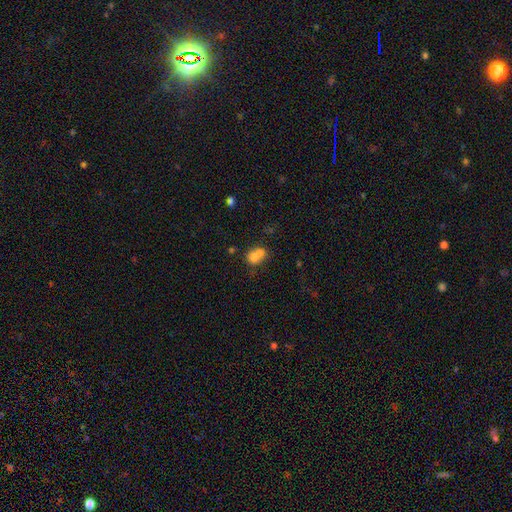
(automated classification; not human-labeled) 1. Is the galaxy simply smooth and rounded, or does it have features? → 71% smooth, 18% featured or disk, 11% star or artifact.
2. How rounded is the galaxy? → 67% round, 32% in between, 1% cigar-shaped.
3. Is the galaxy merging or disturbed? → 65% merger, 25% none, 6% minor disturbance, 3% major disturbance.